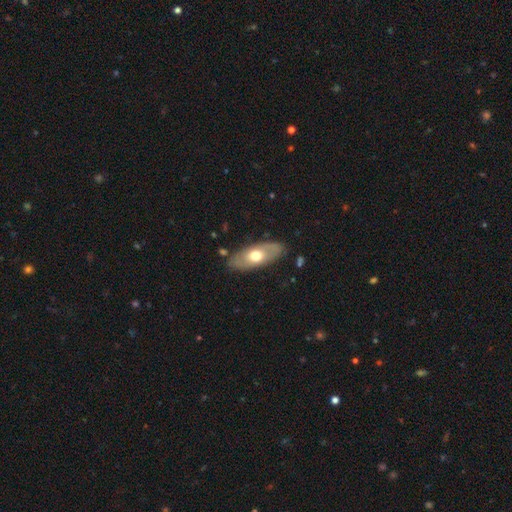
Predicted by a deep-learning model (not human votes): The model was most divided on "smooth or featured": smooth: 54%, featured or disk: 40%, star or artifact: 5%. More confident: merging — none (83%); how rounded — in between (83%).